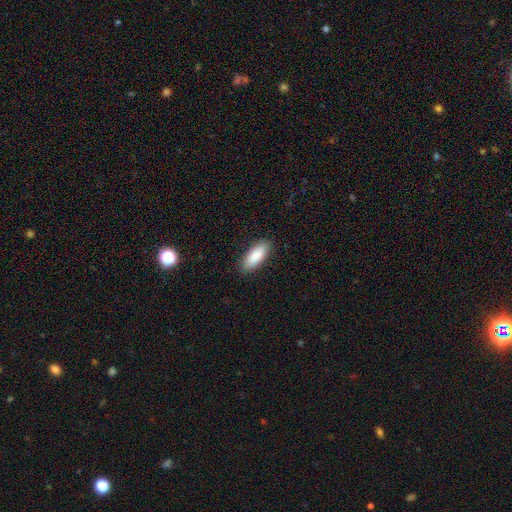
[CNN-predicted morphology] smooth 89%, star or artifact 6%, featured or disk 6%. Down the decision tree: how rounded — in between (78%); merging — none (88%).